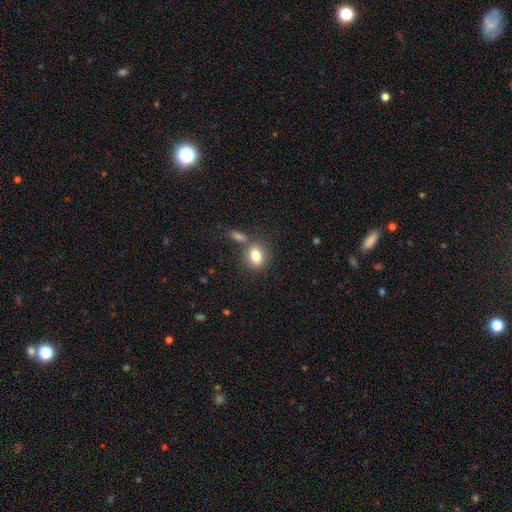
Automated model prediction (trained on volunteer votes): Smooth or featured? smooth (81%)
How rounded? in between (55%)
Merging? none (66%)